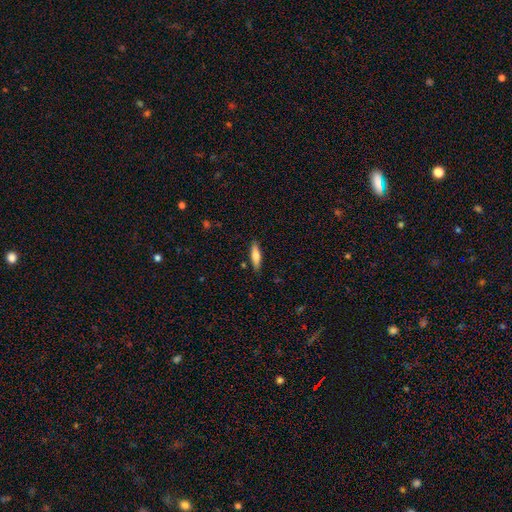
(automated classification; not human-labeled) This is likely a smooth galaxy (73%). How rounded: likely cigar-shaped (65%). Merging: clearly none (85%).